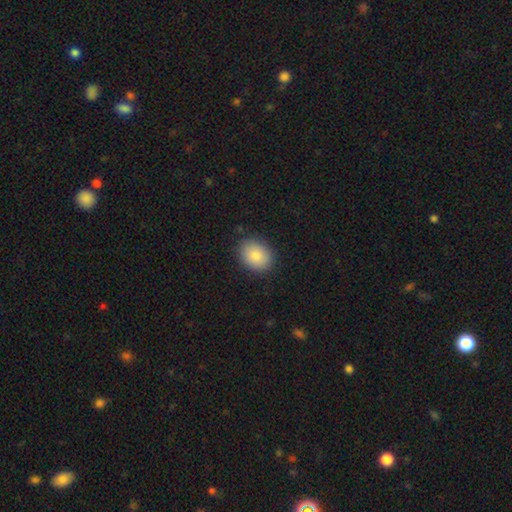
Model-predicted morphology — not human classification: The model was most divided on "how rounded": in between: 58%, round: 41%, cigar-shaped: 1%. More confident: merging — none (86%); smooth or featured — smooth (86%).